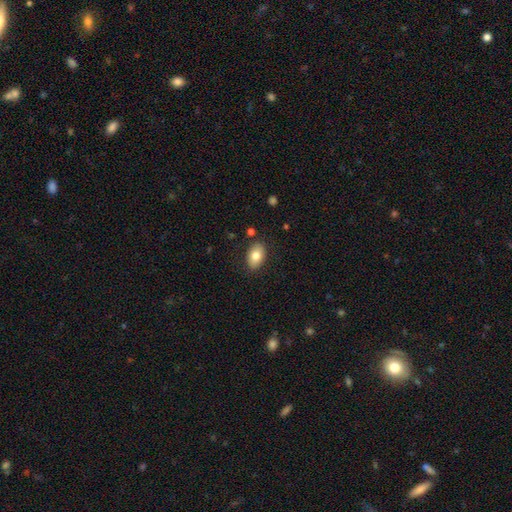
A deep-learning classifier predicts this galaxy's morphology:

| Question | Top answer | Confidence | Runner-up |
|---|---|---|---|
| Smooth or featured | smooth | 80% | featured or disk (13%) |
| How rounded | in between | 90% | round (9%) |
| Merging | none | 86% | minor disturbance (10%) |